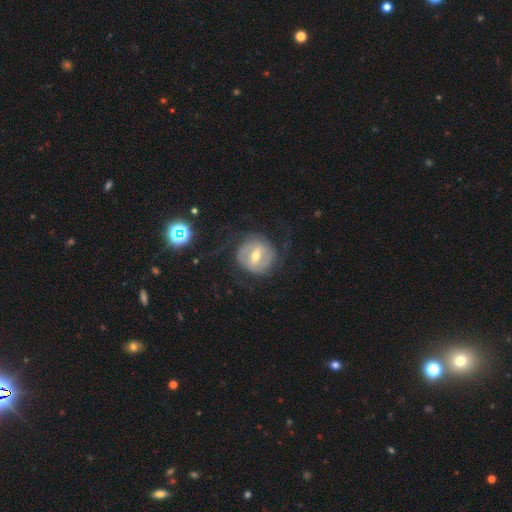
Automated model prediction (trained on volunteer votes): The model was most divided on "bar": weak: 44%, strong: 41%, no: 15%. Remaining: edge-on disk — no (96%); smooth or featured — featured or disk (75%); spiral arms — yes (73%); bulge size — moderate (70%); merging — none (67%); spiral arm count — 2 (58%); spiral winding — tight (40%).